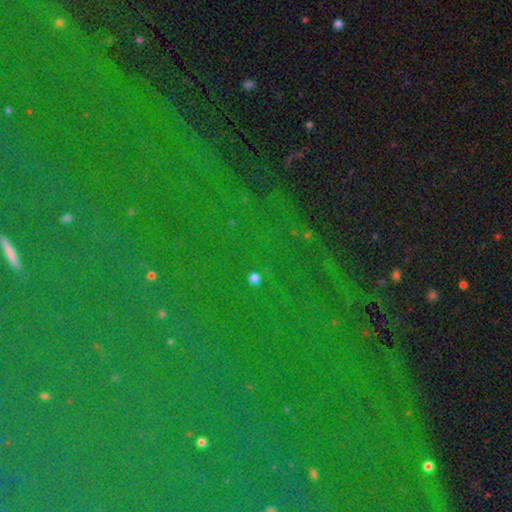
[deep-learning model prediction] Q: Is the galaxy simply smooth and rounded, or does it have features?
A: star or artifact — 83%.